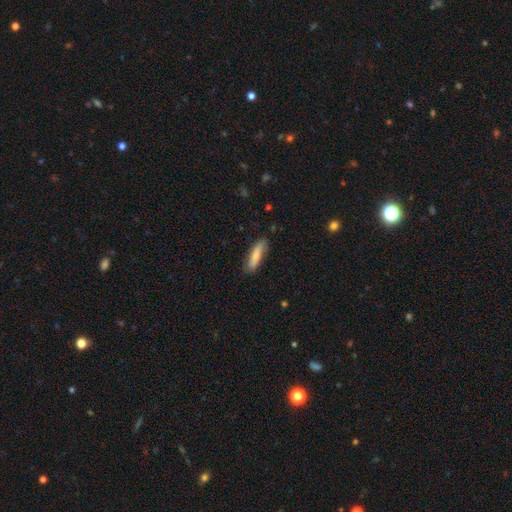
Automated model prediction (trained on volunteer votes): This appears to be a smooth galaxy with no disk features (72%) that is cigar-shaped (59%). Merging: none (80%).